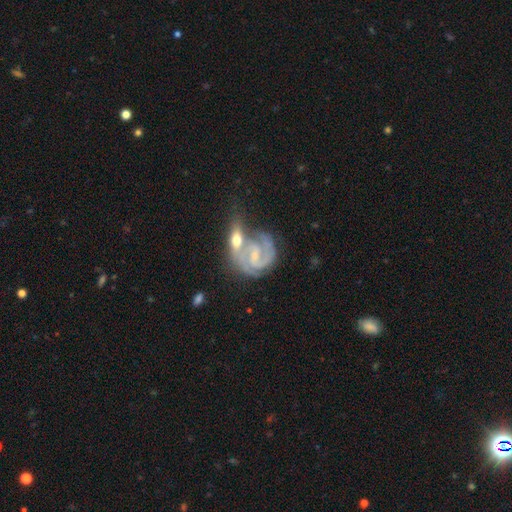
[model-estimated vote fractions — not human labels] A featured or disk galaxy (86%) with a weak bar (48%), 2 (67%) tight (53%) spiral arms (96%) and a small central bulge (60%).

Vote fractions:
- Smooth or featured? featured or disk: 86% / smooth: 8% / star or artifact: 5%
- Edge-on disk? no: 97% / yes: 3%
- Bar? weak: 48% / no: 32% / strong: 19%
- Spiral arms? yes: 96% / no: 4%
- Spiral winding? tight: 53% / medium: 39% / loose: 8%
- Spiral arm count? 2: 67% / 3: 13% / can't tell: 10% / 1: 6% / 4: 2% / more than 4: 2%
- Bulge size? small: 60% / moderate: 24% / none: 13% / large: 2% / dominant: 1%
- Merging? merger: 40% / none: 37% / minor disturbance: 14% / major disturbance: 10%